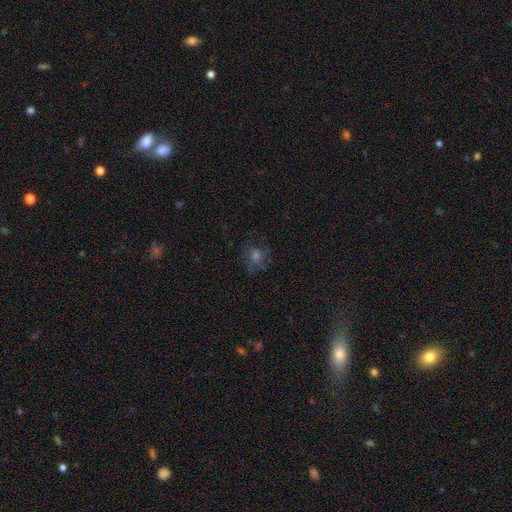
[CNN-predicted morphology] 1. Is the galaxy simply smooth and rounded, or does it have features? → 45% smooth, 30% star or artifact, 25% featured or disk.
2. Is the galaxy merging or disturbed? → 73% none, 16% minor disturbance, 10% major disturbance, 2% merger.